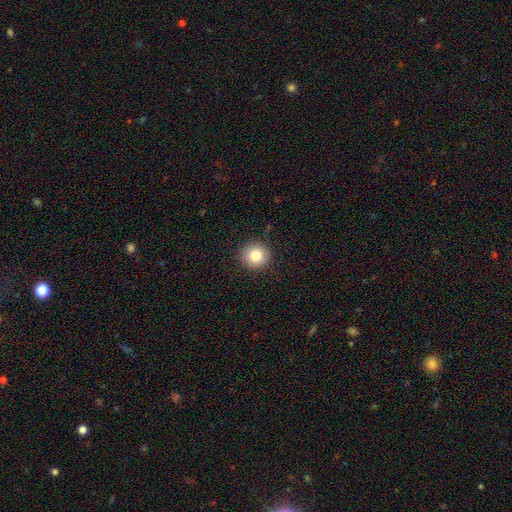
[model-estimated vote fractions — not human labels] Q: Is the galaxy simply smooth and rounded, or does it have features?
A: smooth — 83%.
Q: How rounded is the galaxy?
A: round — 93%.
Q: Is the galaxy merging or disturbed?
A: none — 91%.